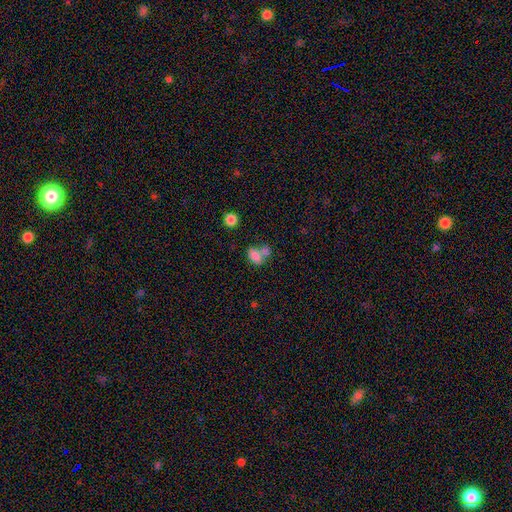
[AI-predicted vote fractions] The model was most divided on "merging": merger: 52%, none: 31%, minor disturbance: 11%, major disturbance: 6%. More confident: how rounded — in between (84%); smooth or featured — smooth (79%).